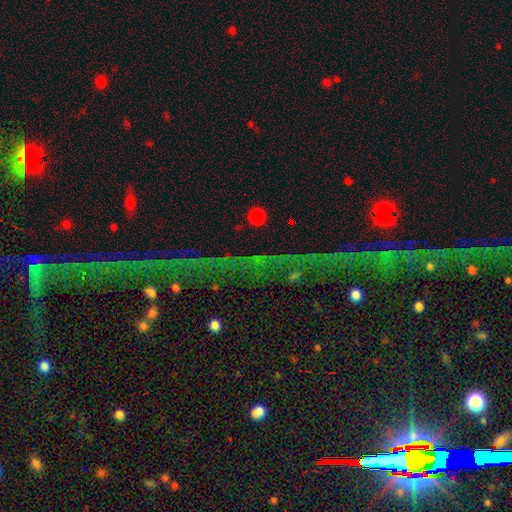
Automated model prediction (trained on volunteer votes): Overall: star or artifact (72%).